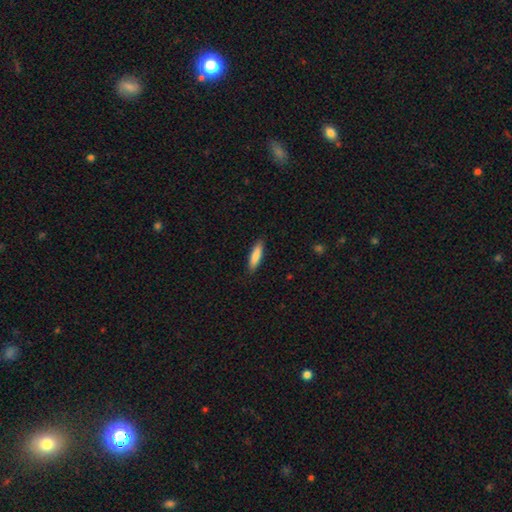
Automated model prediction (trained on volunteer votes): smooth_or_featured: smooth (p=0.85) [alt: featured or disk p=0.09]
how_rounded: cigar-shaped (p=0.74) [alt: in between p=0.24]
merging: none (p=0.89) [alt: minor disturbance p=0.09]